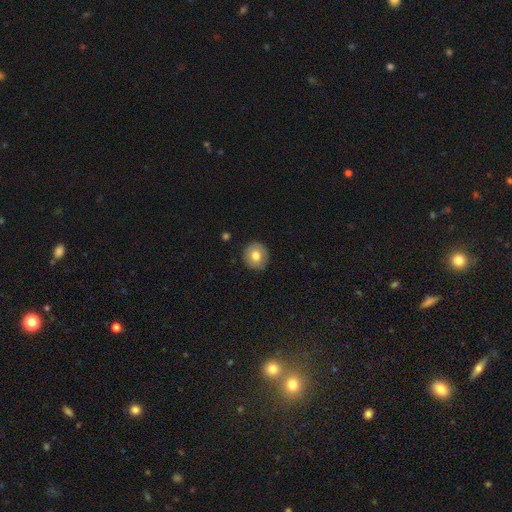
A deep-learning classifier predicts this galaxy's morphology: A smooth galaxy with no disk features (74%) that is round (93%). Merging: none (90%).